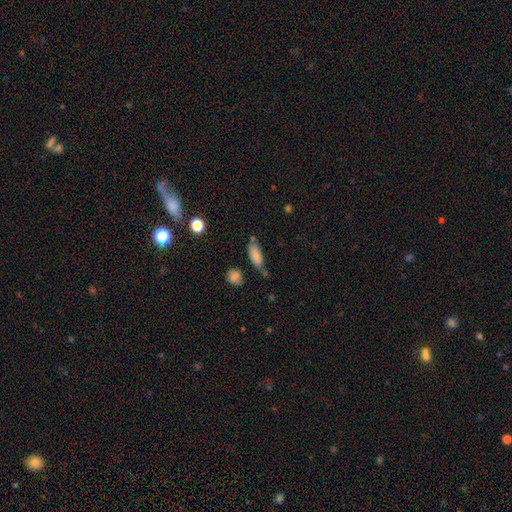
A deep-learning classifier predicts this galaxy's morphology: This is clearly a smooth galaxy (81%). How rounded: likely in between (70%). Merging: possibly none (54%).